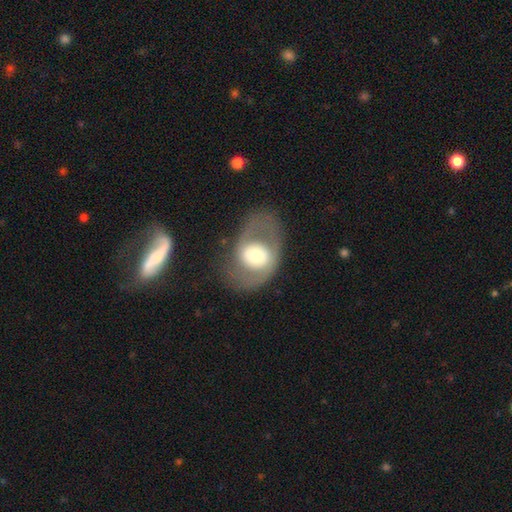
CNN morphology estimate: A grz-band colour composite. It shows a featured or disk galaxy (60%) with no bar (69%), no spiral arms (52%) and a moderate central bulge (51%). Merging: none (67%).